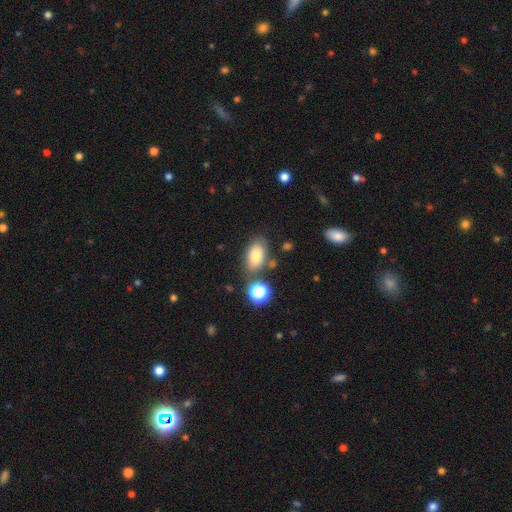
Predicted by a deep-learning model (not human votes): Morphology: type=smooth (75%); roundness=in between (89%); merging=none (71%).